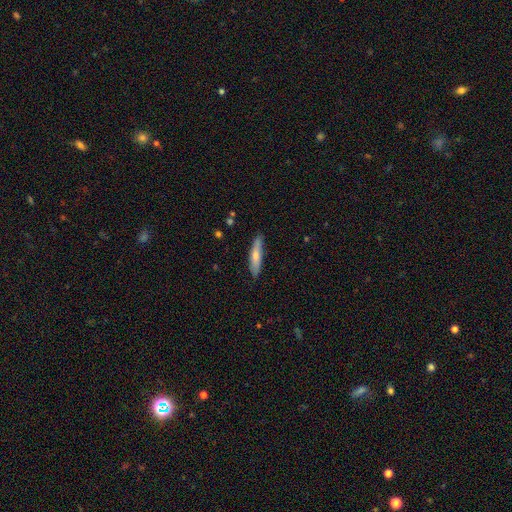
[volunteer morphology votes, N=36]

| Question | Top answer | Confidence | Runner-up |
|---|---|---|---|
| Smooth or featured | featured or disk | 50% | smooth (47%) |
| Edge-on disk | yes | 83% | no (17%) |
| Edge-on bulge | rounded | 80% | none (20%) |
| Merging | none | 94% | minor disturbance (6%) |